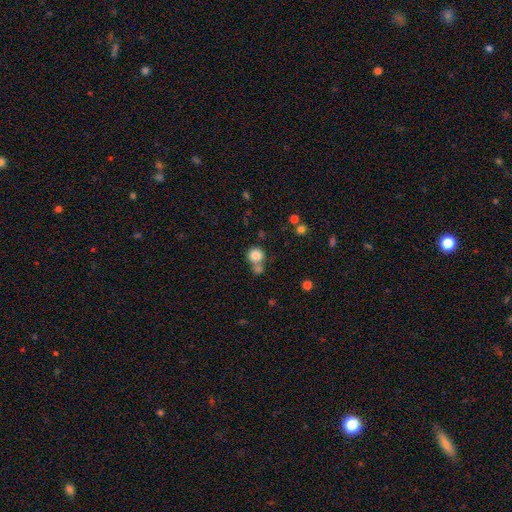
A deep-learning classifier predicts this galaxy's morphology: Smooth or featured?
  - smooth: 82% *
  - star or artifact: 11%
  - featured or disk: 7%
How rounded?
  - round: 85% *
  - in between: 14%
  - cigar-shaped: 1%
Merging?
  - none: 48% *
  - merger: 37%
  - minor disturbance: 10%
  - major disturbance: 5%